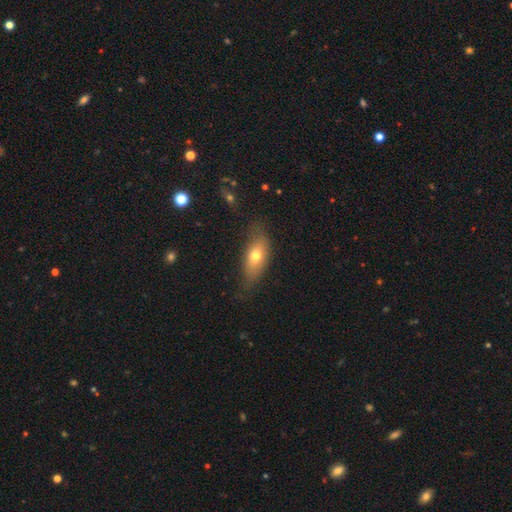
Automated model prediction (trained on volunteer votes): smooth-or-featured: smooth: 67% | featured or disk: 24% | star or artifact: 8%
  how-rounded: in between: 79% | cigar-shaped: 14% | round: 6%
  merging: none: 65% | minor disturbance: 25% | major disturbance: 9% | merger: 2%